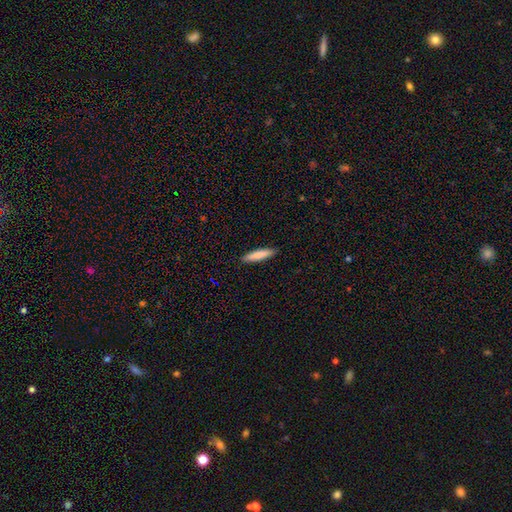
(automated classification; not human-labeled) Smooth or featured? smooth (77%)
How rounded? cigar-shaped (87%)
Merging? none (91%)